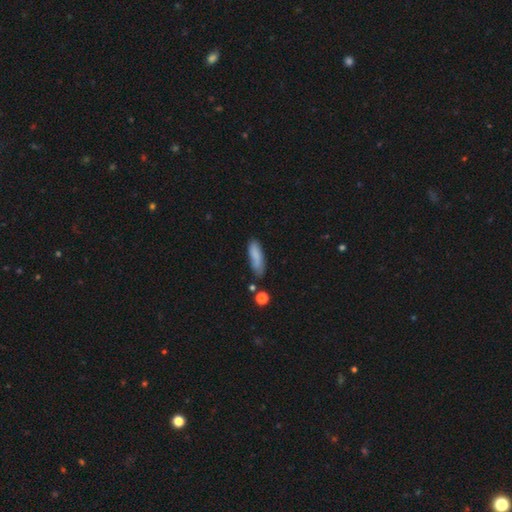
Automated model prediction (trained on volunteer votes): Q: Smooth or featured?
A: smooth (80%); runner-up: featured or disk (12%)
Q: How rounded?
A: cigar-shaped (49%); tied with: in between (49%)
Q: Merging?
A: none (60%); runner-up: minor disturbance (27%)